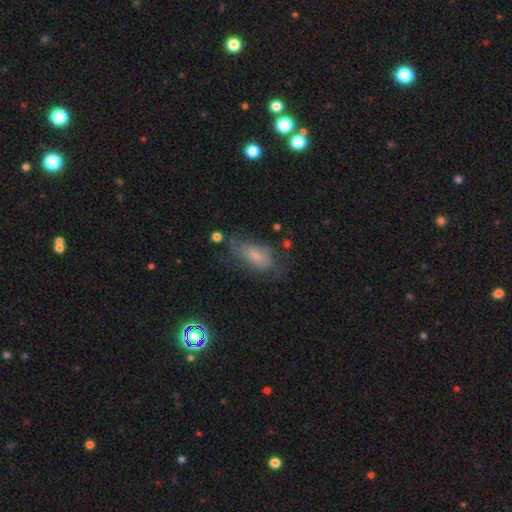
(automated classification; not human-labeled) Smooth or featured: smooth — 52% (featured or disk — 36%)
How rounded: in between — 85% (cigar-shaped — 9%)
Merging: none — 45% (minor disturbance — 28%)